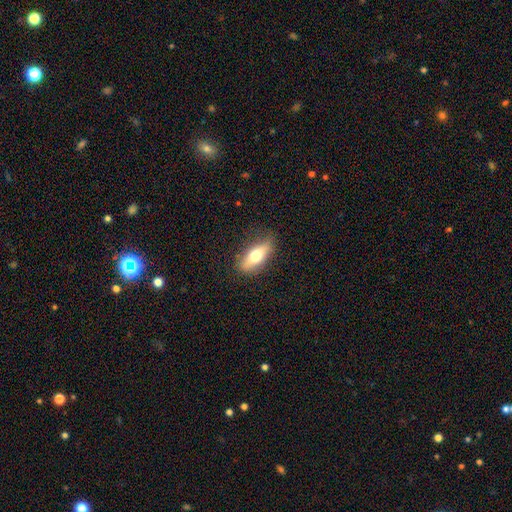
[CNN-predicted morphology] smooth_or_featured: smooth (p=0.63) [alt: featured or disk p=0.30]
how_rounded: in between (p=0.64) [alt: cigar-shaped p=0.32]
merging: none (p=0.81) [alt: minor disturbance p=0.14]